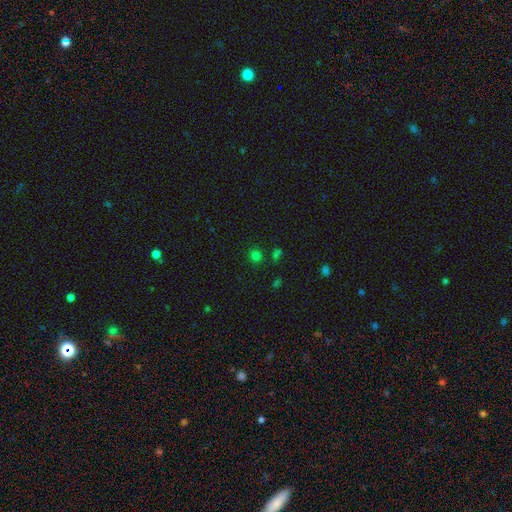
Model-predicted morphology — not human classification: A smooth galaxy with no disk features (70%) that is round (88%).

Vote fractions:
- Smooth or featured? smooth: 70% / star or artifact: 25% / featured or disk: 5%
- How rounded? round: 88% / in between: 11% / cigar-shaped: 1%
- Merging? none: 81% / minor disturbance: 9% / merger: 7% / major disturbance: 3%